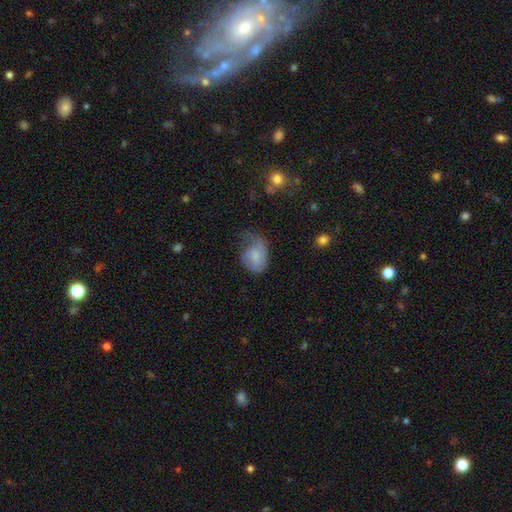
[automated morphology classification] Smooth or featured? smooth (64%)
How rounded? in between (77%)
Merging? minor disturbance (37%)